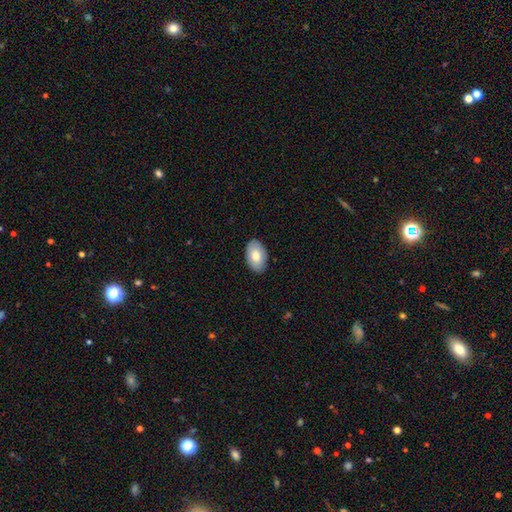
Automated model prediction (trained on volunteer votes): smooth-or-featured: smooth: 78% | featured or disk: 16% | star or artifact: 6%
  how-rounded: in between: 93% | round: 6% | cigar-shaped: 1%
  merging: none: 87% | minor disturbance: 10% | major disturbance: 2% | merger: 1%